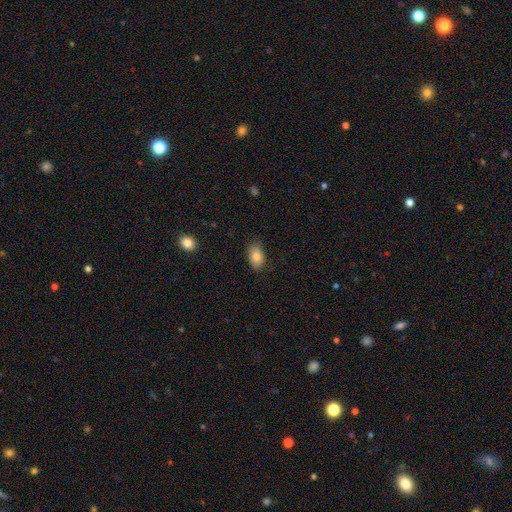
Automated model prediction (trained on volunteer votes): A smooth galaxy with no disk features (83%) that is in between round and cigar-shaped (91%). Merging: none (82%).